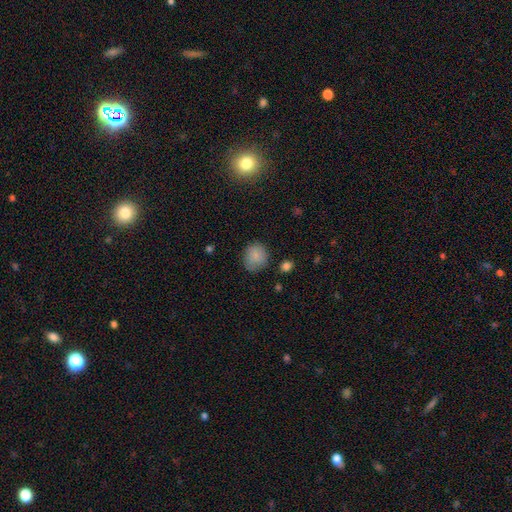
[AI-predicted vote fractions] smooth_or_featured: smooth (p=0.85) [alt: star or artifact p=0.09]
how_rounded: round (p=0.75) [alt: in between p=0.24]
merging: none (p=0.77) [alt: minor disturbance p=0.17]